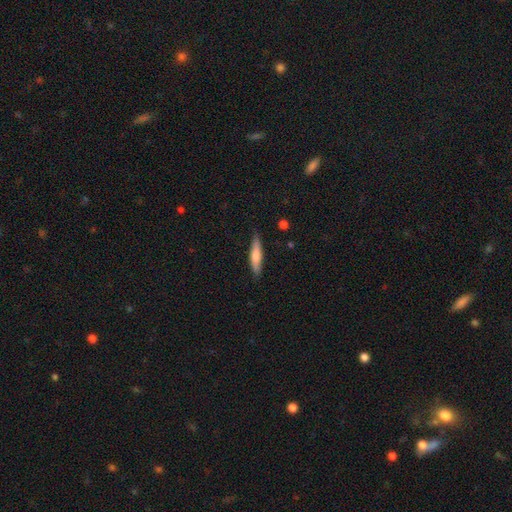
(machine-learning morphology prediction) This appears to be a smooth galaxy with no disk features (67%) that is cigar-shaped (83%). Merging: none (84%).